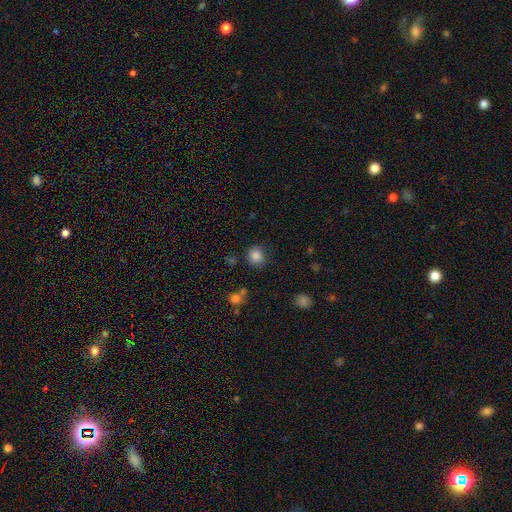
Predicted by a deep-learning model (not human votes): The model was most divided on "how rounded": round: 81%, in between: 18%, cigar-shaped: 1%. More confident: smooth or featured — smooth (85%); merging — none (82%).